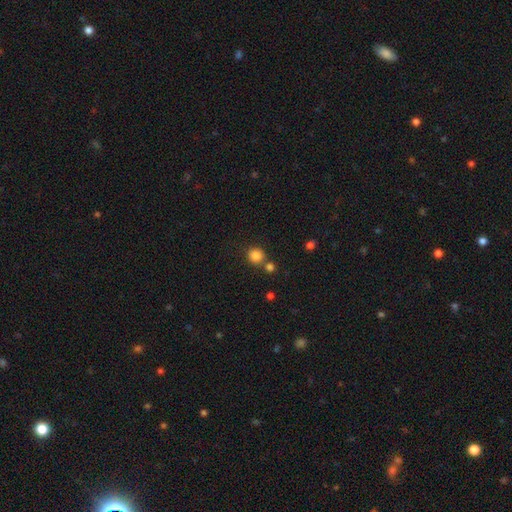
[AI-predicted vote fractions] smooth 84%, star or artifact 11%, featured or disk 5%. Down the decision tree: how rounded — round (90%); merging — none (70%).